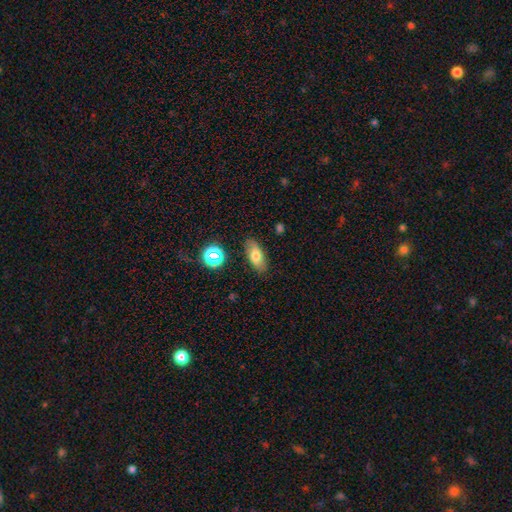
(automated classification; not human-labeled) A smooth galaxy with no disk features (73%) that is in between round and cigar-shaped (81%).

Vote fractions:
- Smooth or featured? smooth: 73% / featured or disk: 18% / star or artifact: 10%
- How rounded? in between: 81% / cigar-shaped: 14% / round: 5%
- Merging? none: 84% / minor disturbance: 12% / major disturbance: 3% / merger: 2%